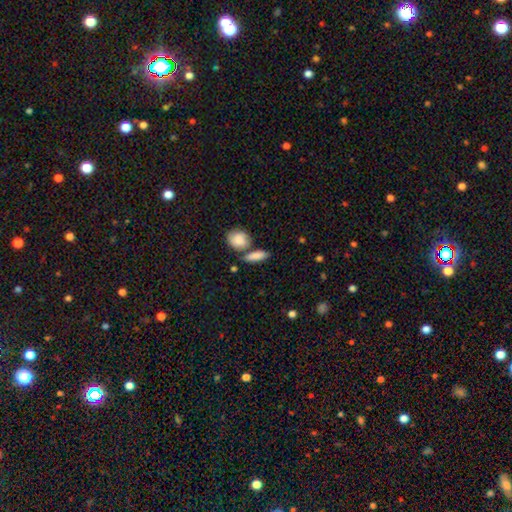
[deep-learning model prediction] The model was most divided on "merging": none: 56%, merger: 27%, minor disturbance: 13%, major disturbance: 4%. More confident: smooth or featured — smooth (83%); how rounded — in between (61%).